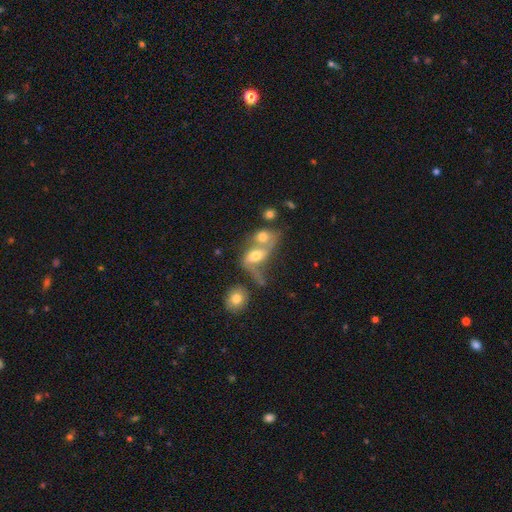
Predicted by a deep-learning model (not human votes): The model was most divided on "smooth or featured": featured or disk: 44%, smooth: 43%, star or artifact: 12%. More confident: merging — merger (63%).